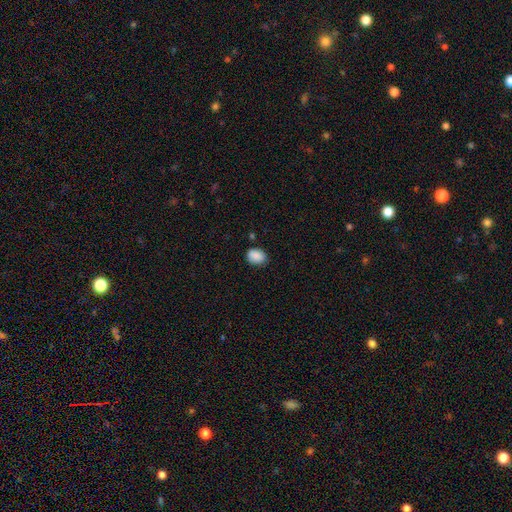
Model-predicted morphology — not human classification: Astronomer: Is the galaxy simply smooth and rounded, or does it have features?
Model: smooth — 88%.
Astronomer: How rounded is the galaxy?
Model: in between — 65%.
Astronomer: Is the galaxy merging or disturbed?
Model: none — 76%.